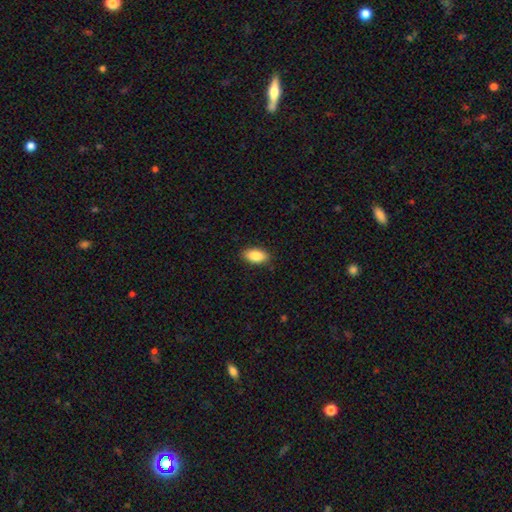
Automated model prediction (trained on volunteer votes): Smooth or featured? Predicted: smooth (p=0.88). How rounded? Predicted: in between (p=0.92). Merging? Predicted: none (p=0.88).